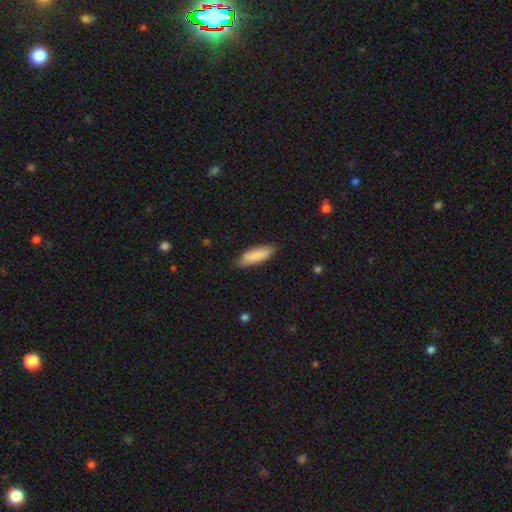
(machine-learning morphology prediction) A smooth galaxy with no disk features (86%) that is in between round and cigar-shaped (56%).

Vote fractions:
- Smooth or featured? smooth: 86% / featured or disk: 8% / star or artifact: 6%
- How rounded? in between: 56% / cigar-shaped: 43% / round: 2%
- Merging? none: 83% / minor disturbance: 14% / major disturbance: 2% / merger: 1%